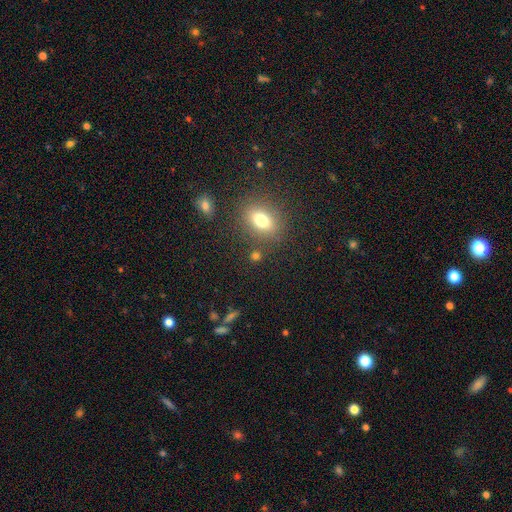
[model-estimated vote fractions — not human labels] This appears to be a smooth galaxy with no disk features (73%) that is round (56%). Merging: none (78%).